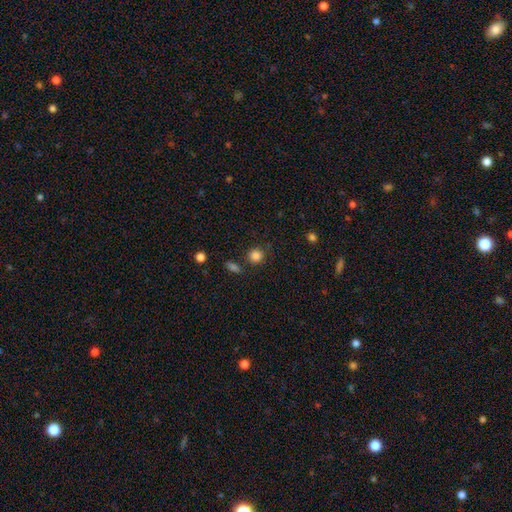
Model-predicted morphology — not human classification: smooth-or-featured: smooth: 84% | star or artifact: 11% | featured or disk: 4%
  how-rounded: round: 90% | in between: 9% | cigar-shaped: 1%
  merging: none: 82% | minor disturbance: 10% | merger: 5% | major disturbance: 3%